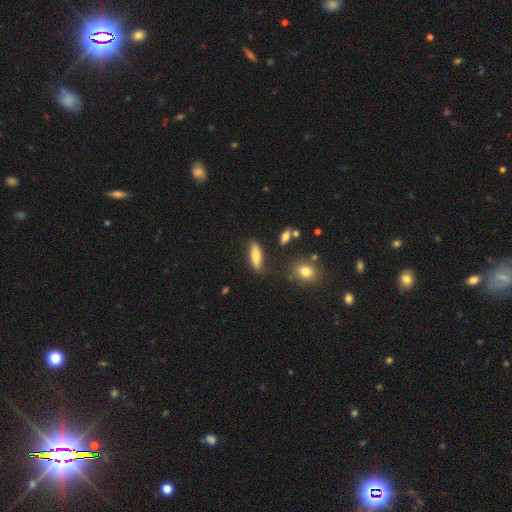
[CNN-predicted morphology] Q: Smooth or featured?
A: smooth (70%); runner-up: featured or disk (22%)
Q: How rounded?
A: cigar-shaped (53%); runner-up: in between (44%)
Q: Merging?
A: none (79%); runner-up: minor disturbance (14%)